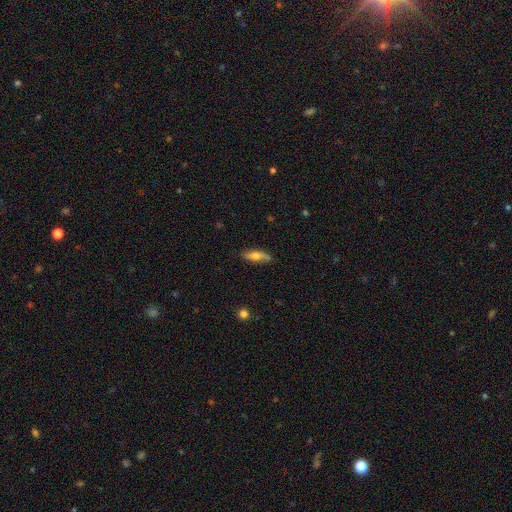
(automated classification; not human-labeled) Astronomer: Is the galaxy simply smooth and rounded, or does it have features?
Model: smooth — 59% (runner-up: featured or disk, 34%).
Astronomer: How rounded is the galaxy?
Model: cigar-shaped — 52% (runner-up: in between, 45%).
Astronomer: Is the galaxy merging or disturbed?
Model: none — 80%.